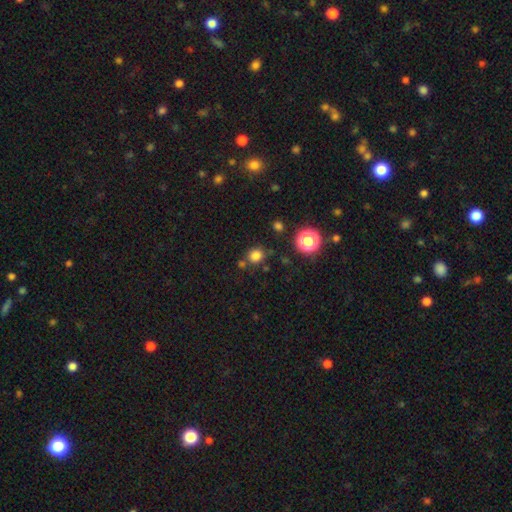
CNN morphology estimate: This is likely a smooth galaxy (79%). How rounded: clearly round (85%). Merging: likely none (77%).